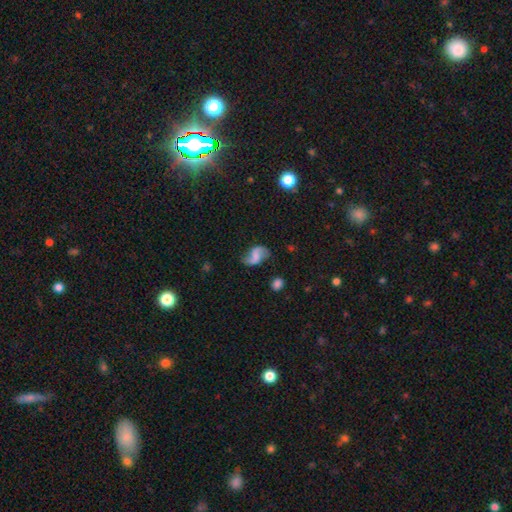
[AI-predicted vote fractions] Smooth or featured? Predicted: featured or disk (p=0.74). Edge-on disk? Predicted: no (p=0.98). Bar? Predicted: weak (p=0.42). Spiral arms? Predicted: yes (p=0.93). Spiral winding? Predicted: loose (p=0.76). Spiral arm count? Predicted: 2 (p=0.91). Bulge size? Predicted: none (p=0.61). Merging? Predicted: none (p=0.71).